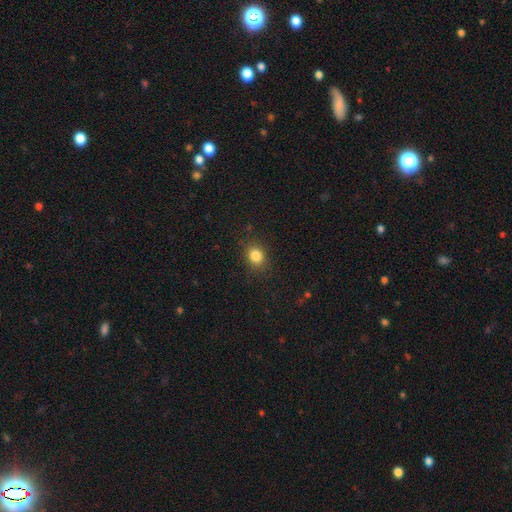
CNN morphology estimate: Smooth or featured? Predicted: smooth (p=0.83). How rounded? Predicted: round (p=0.53). Merging? Predicted: none (p=0.84).